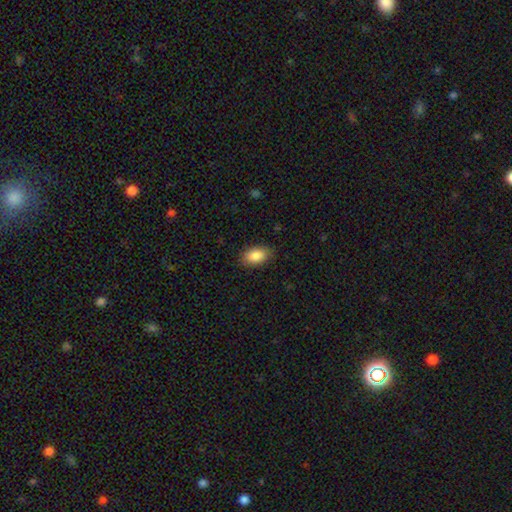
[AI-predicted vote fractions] smooth-or-featured: smooth: 87% | star or artifact: 7% | featured or disk: 6%
  how-rounded: in between: 92% | round: 6% | cigar-shaped: 2%
  merging: none: 86% | minor disturbance: 11% | major disturbance: 3% | merger: 1%